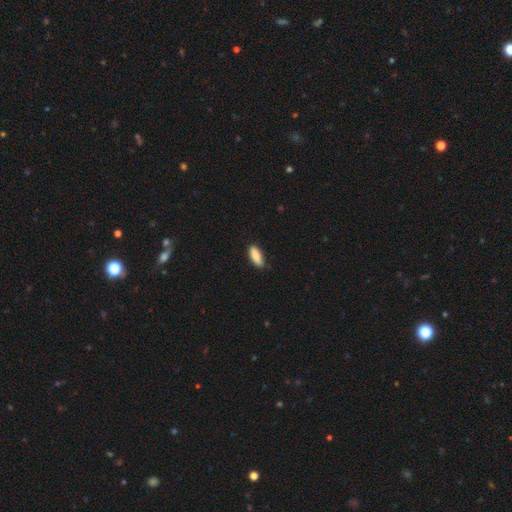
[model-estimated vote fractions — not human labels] smooth 86%, featured or disk 8%, star or artifact 6%. Down the decision tree: how rounded — in between (77%); merging — none (79%).